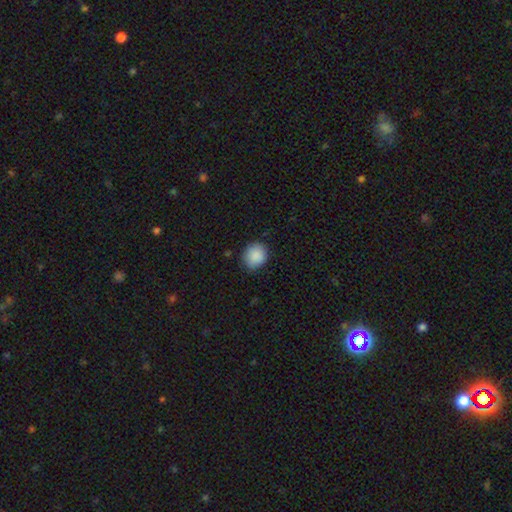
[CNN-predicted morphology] smooth_or_featured: smooth (p=0.89) [alt: star or artifact p=0.08]
how_rounded: round (p=0.80) [alt: in between p=0.20]
merging: none (p=0.79) [alt: minor disturbance p=0.17]